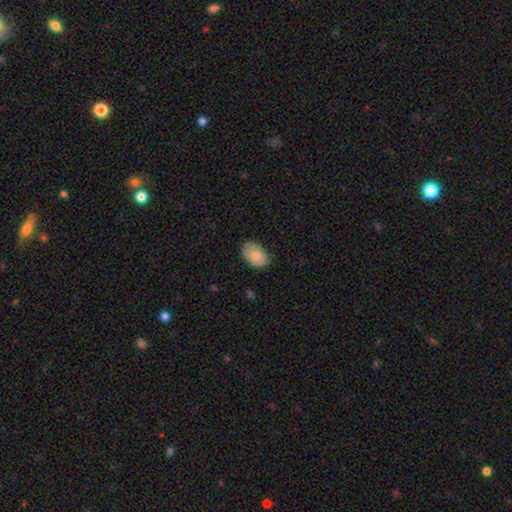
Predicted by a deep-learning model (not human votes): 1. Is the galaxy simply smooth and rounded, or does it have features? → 83% smooth, 10% featured or disk, 7% star or artifact.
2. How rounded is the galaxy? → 88% in between, 11% round, 1% cigar-shaped.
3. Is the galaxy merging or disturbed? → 78% none, 18% minor disturbance, 3% major disturbance, 1% merger.